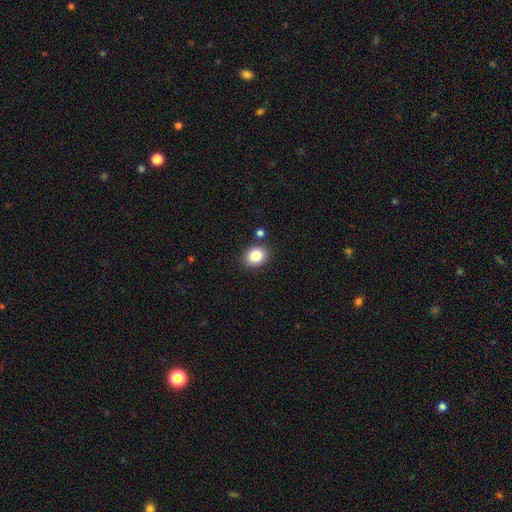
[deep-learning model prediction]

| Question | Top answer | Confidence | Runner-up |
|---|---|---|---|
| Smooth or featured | smooth | 85% | star or artifact (9%) |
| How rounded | round | 52% | in between (47%) |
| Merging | none | 83% | minor disturbance (9%) |